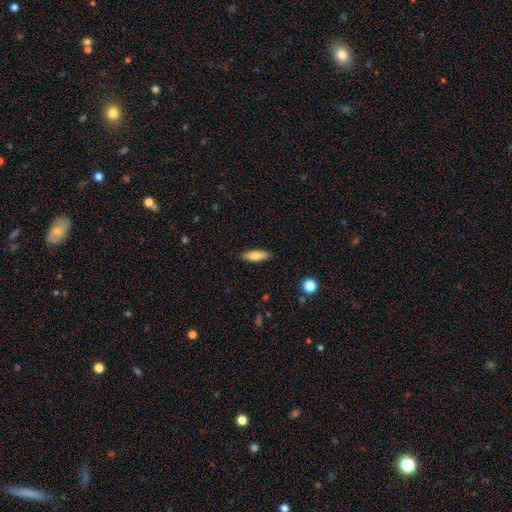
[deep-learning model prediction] Morphology: type=smooth (76%); roundness=in between (52%); merging=none (88%).